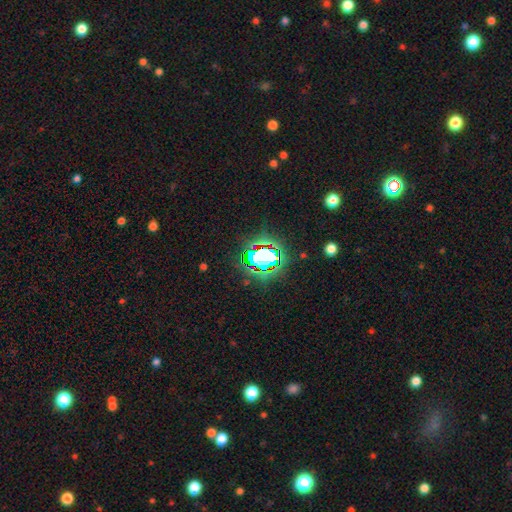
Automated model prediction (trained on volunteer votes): The model was most divided on "smooth or featured": star or artifact: 76%, smooth: 15%, featured or disk: 9%.